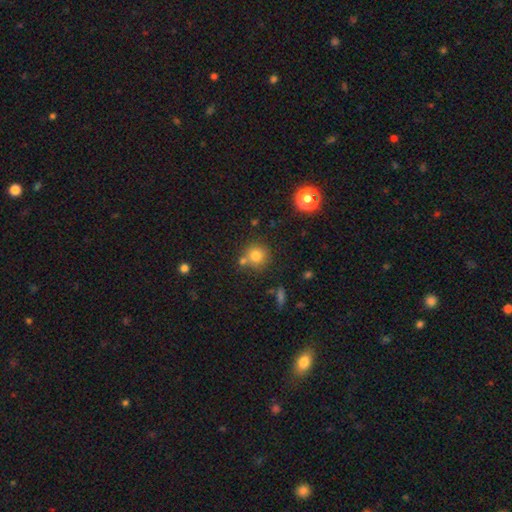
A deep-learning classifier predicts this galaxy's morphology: type=smooth (78%); roundness=round (91%); merging=none (68%).